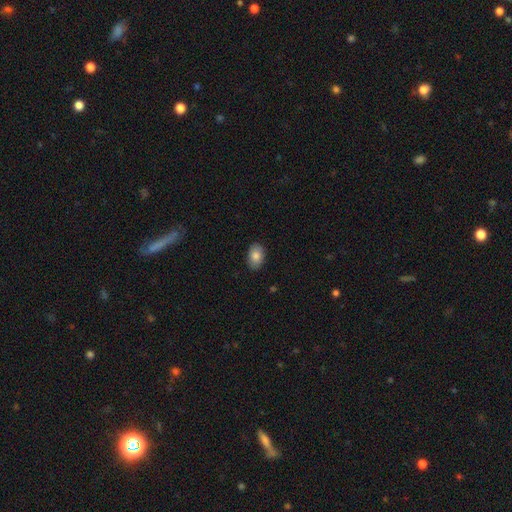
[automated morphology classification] smooth-or-featured: smooth: 84% | featured or disk: 9% | star or artifact: 7%
  how-rounded: in between: 86% | round: 13% | cigar-shaped: 1%
  merging: none: 88% | minor disturbance: 9% | major disturbance: 2% | merger: 1%